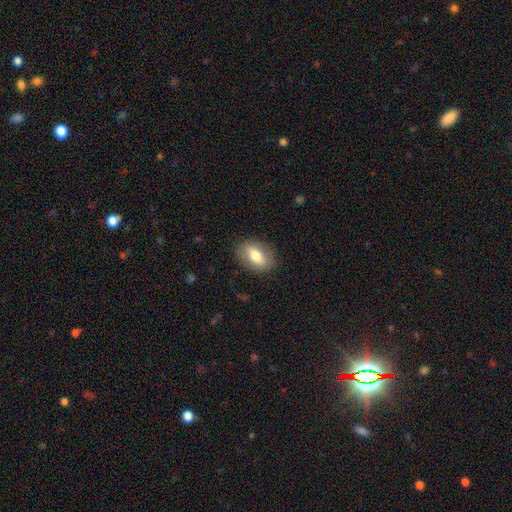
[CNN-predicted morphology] A smooth galaxy with no disk features (72%) that is in between round and cigar-shaped (84%).

Vote fractions:
- Smooth or featured? smooth: 72% / featured or disk: 22% / star or artifact: 7%
- How rounded? in between: 84% / round: 13% / cigar-shaped: 3%
- Merging? none: 85% / minor disturbance: 11% / major disturbance: 3% / merger: 1%